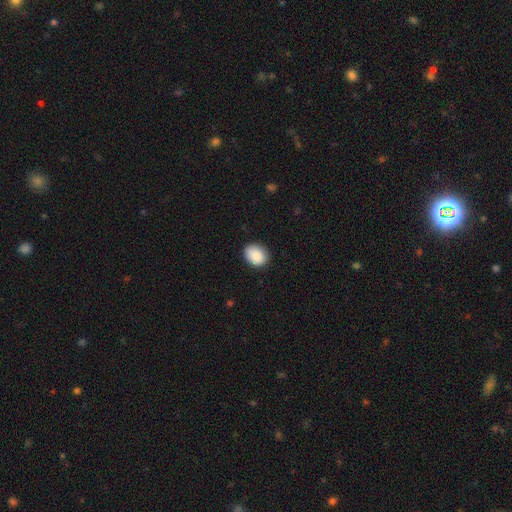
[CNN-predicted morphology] Smooth or featured? Predicted: smooth (p=0.90). How rounded? Predicted: in between (p=0.57). Merging? Predicted: none (p=0.86).